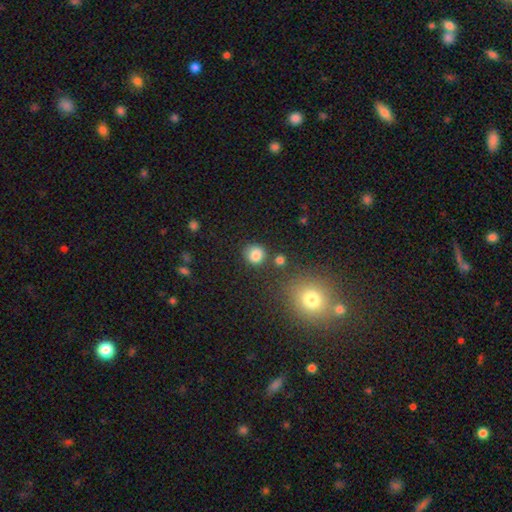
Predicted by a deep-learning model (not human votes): Morphology: type=smooth (84%); roundness=round (88%); merging=none (81%).